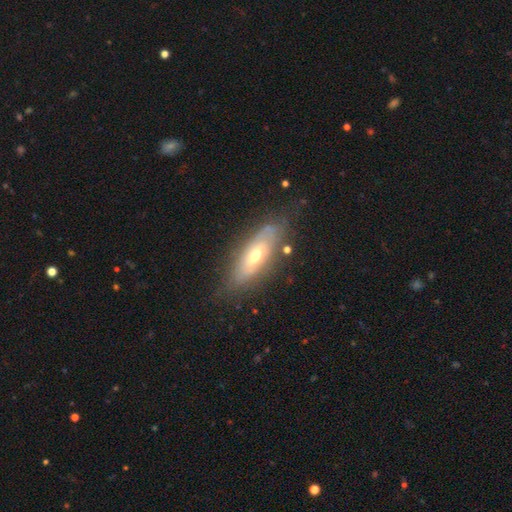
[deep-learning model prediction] Overall: featured or disk (56%; smooth 36%). Edge-on disk: no (60%; yes 40%). Merging: none (73%).